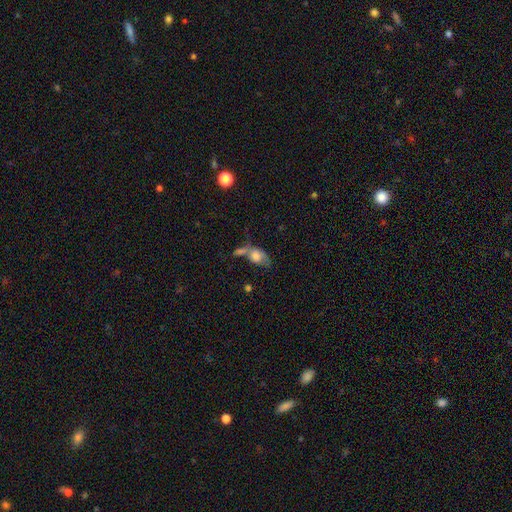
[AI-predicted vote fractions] A smooth galaxy with no disk features (68%) that is in between round and cigar-shaped (81%). Merging: merger (45%).